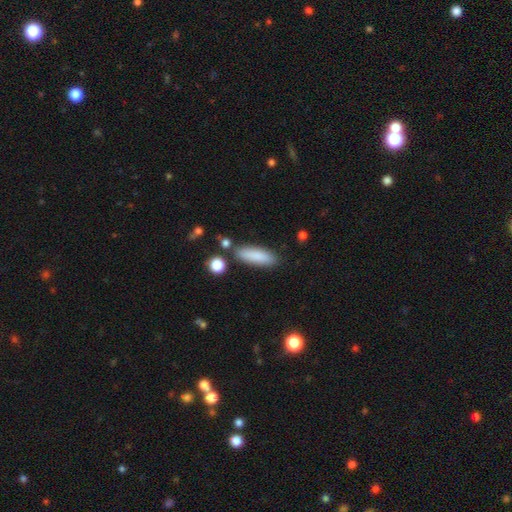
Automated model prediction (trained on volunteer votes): A smooth galaxy with no disk features (85%) that is cigar-shaped (52%). Merging: none (81%).